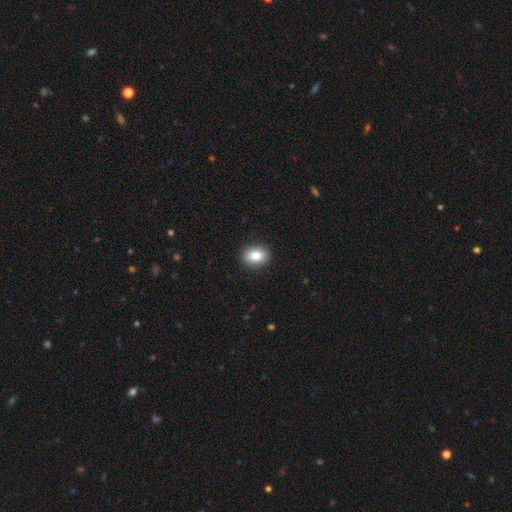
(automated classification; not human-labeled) This appears to be a smooth galaxy with no disk features (84%) that is in between round and cigar-shaped (51%). Merging: none (91%).